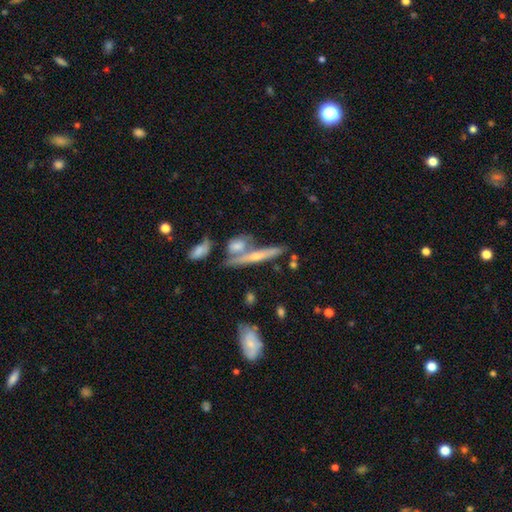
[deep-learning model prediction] The model was most divided on "merging": none: 56%, merger: 27%, minor disturbance: 13%, major disturbance: 5%. More confident: edge-on disk — yes (91%); edge-on bulge — rounded (78%); smooth or featured — featured or disk (67%).